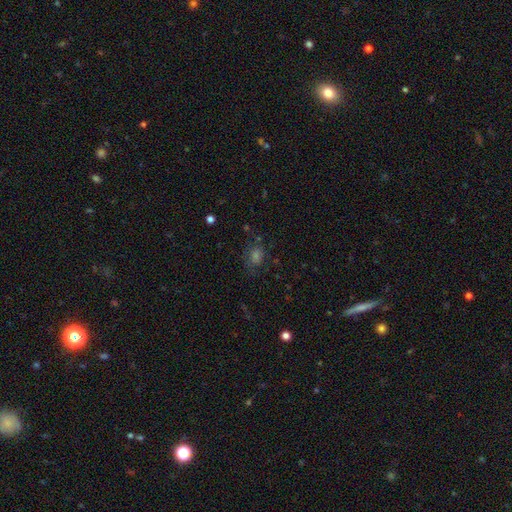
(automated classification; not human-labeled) Smooth or featured? Predicted: smooth (p=0.50). How rounded? Predicted: in between (p=0.52). Merging? Predicted: none (p=0.75).